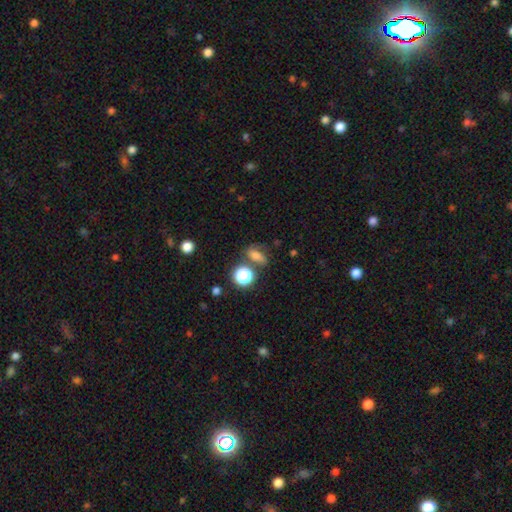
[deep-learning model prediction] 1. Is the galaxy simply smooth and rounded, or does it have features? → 59% smooth, 21% featured or disk, 20% star or artifact.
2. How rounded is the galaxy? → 61% in between, 31% round, 8% cigar-shaped.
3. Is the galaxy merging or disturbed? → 58% none, 19% minor disturbance, 13% merger, 10% major disturbance.